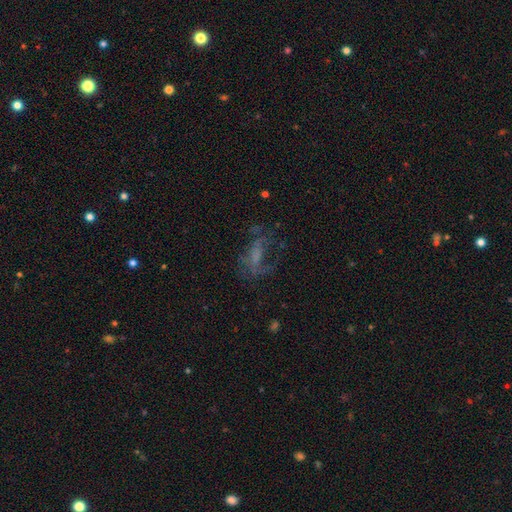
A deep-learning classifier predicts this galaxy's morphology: Smooth or featured?
  - featured or disk: 50% *
  - smooth: 29%
  - star or artifact: 21%
Merging?
  - none: 42% *
  - major disturbance: 37%
  - minor disturbance: 17%
  - merger: 3%